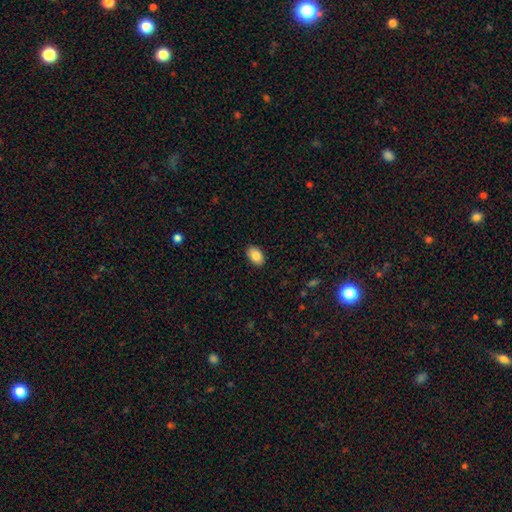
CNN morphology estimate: The model was most divided on "smooth or featured": smooth: 85%, featured or disk: 8%, star or artifact: 7%. More confident: how rounded — in between (89%); merging — none (89%).